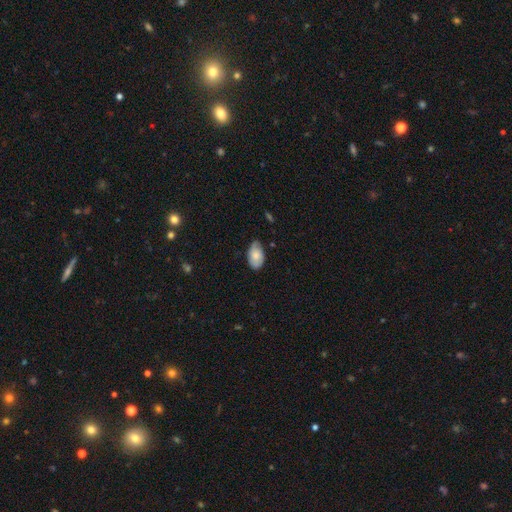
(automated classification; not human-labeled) Smooth or featured: smooth — 70% (featured or disk — 23%)
How rounded: in between — 93% (round — 6%)
Merging: none — 68% (minor disturbance — 26%)